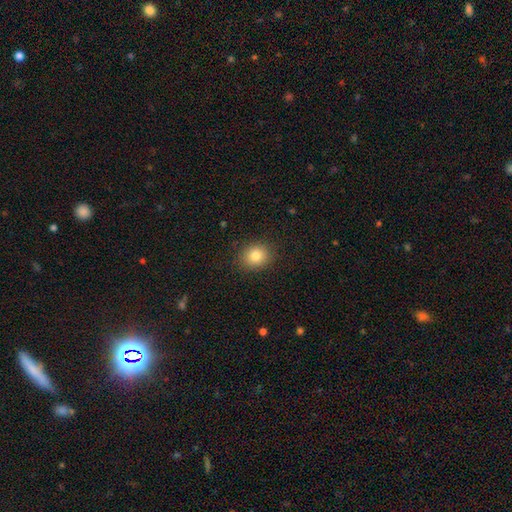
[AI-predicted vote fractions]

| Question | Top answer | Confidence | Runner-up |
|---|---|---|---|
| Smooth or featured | smooth | 82% | star or artifact (11%) |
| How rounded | round | 67% | in between (32%) |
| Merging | none | 88% | minor disturbance (8%) |